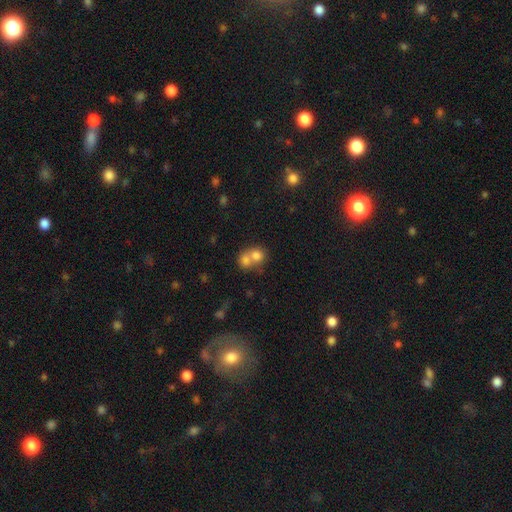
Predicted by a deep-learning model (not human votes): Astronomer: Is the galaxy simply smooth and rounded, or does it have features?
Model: smooth — 74%.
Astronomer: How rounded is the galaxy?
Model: round — 72%.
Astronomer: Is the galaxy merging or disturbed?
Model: merger — 67%.